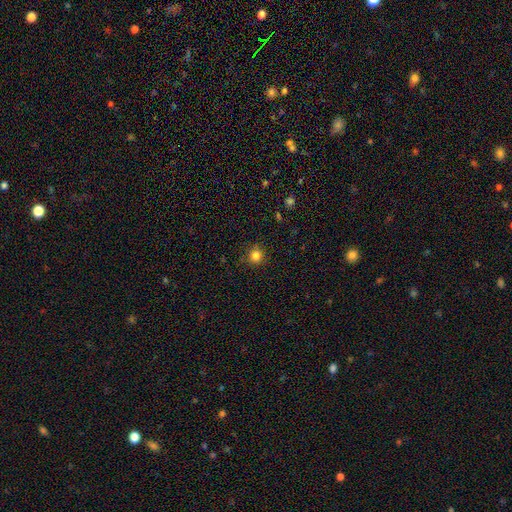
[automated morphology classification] A smooth galaxy with no disk features (83%) that is round (93%). Merging: none (88%).